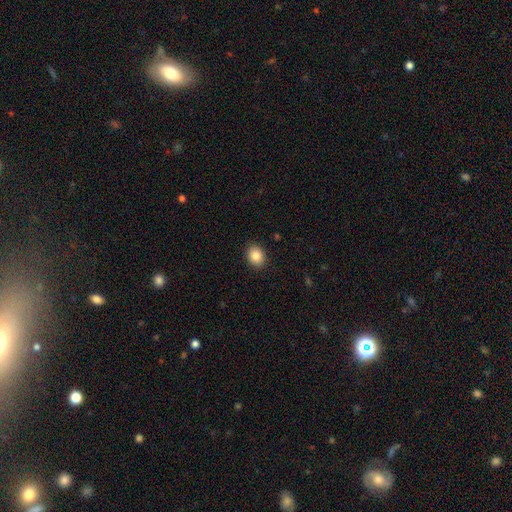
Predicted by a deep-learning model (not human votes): This is clearly a smooth galaxy (86%). How rounded: possibly in between (55%). Merging: clearly none (90%).